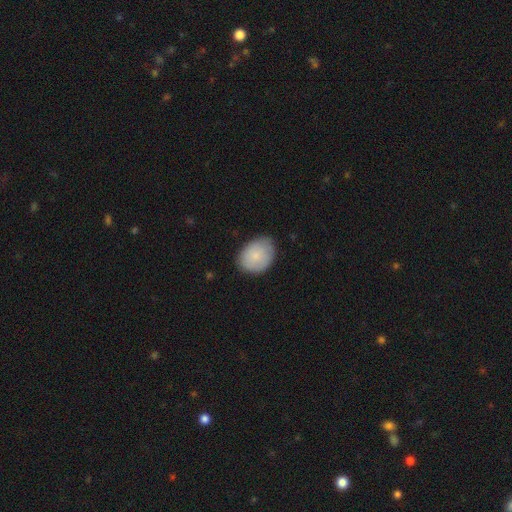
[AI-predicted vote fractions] A smooth galaxy with no disk features (81%) that is in between round and cigar-shaped (70%). Merging: none (74%).